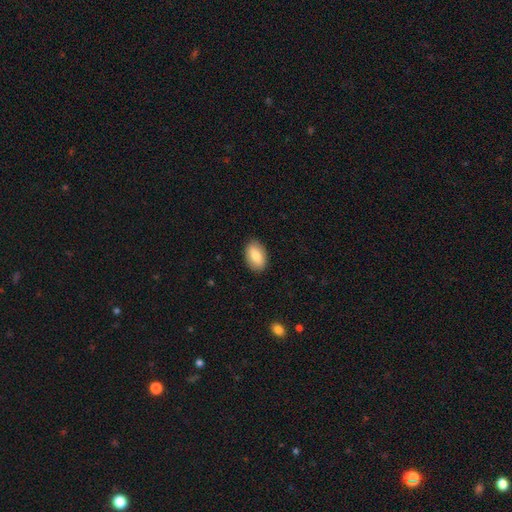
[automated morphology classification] Overall: smooth (79%). How rounded: in between (91%). Merging: none (87%).